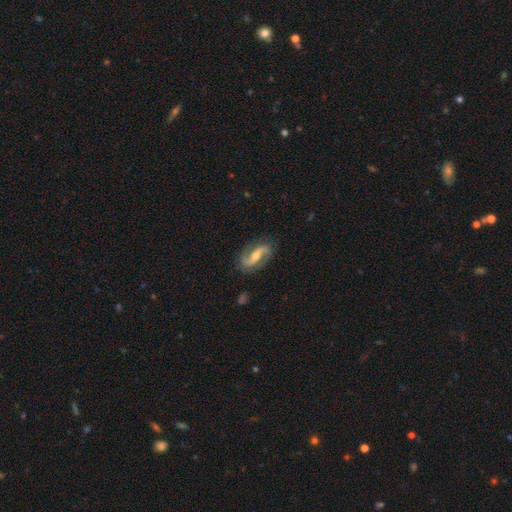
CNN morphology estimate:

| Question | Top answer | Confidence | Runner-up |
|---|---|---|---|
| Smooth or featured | featured or disk | 85% | smooth (10%) |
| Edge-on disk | no | 95% | yes (5%) |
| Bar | weak | 37% | strong (36%) |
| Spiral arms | yes | 95% | no (5%) |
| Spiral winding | loose | 55% | medium (34%) |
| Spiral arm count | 2 | 93% | can't tell (2%) |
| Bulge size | moderate | 58% | small (35%) |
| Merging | none | 83% | minor disturbance (12%) |